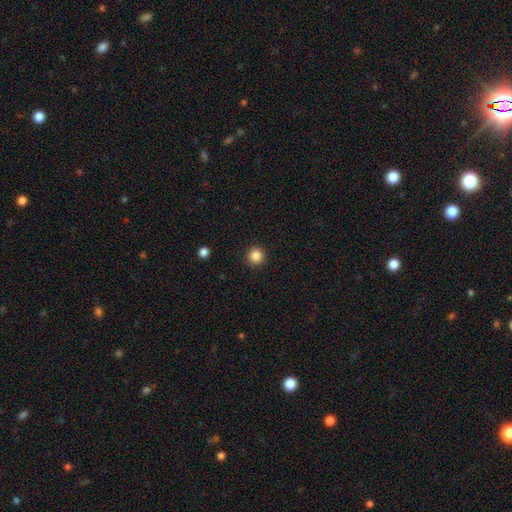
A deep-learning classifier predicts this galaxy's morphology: Overall: smooth (85%). How rounded: round (95%). Merging: none (93%).